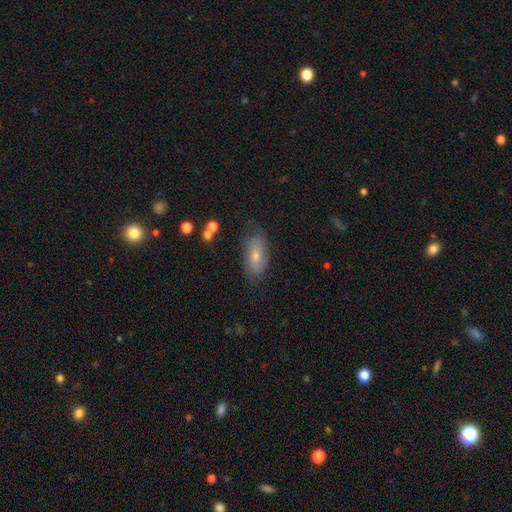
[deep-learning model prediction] A smooth galaxy with no disk features (45%). Merging: none (74%).